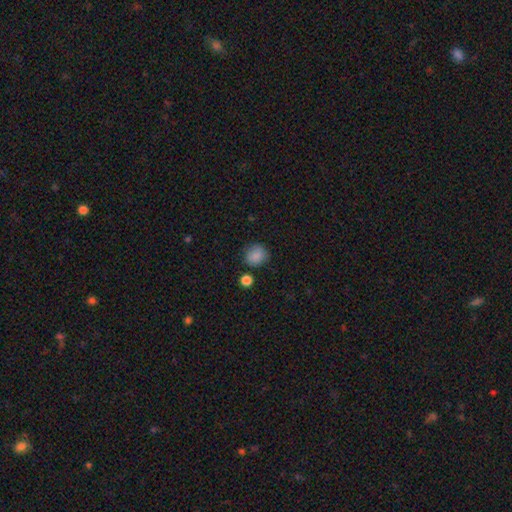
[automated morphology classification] The model was most divided on "merging": none: 79%, minor disturbance: 13%, merger: 4%, major disturbance: 4%. More confident: smooth or featured — smooth (86%); how rounded — round (83%).